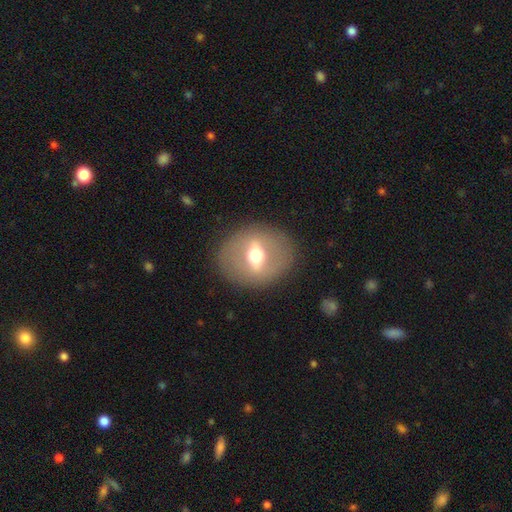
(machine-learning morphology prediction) smooth-or-featured: featured or disk: 63% | smooth: 29% | star or artifact: 8%
  disk-edge-on: no: 70% | yes: 30%
  merging: none: 87% | minor disturbance: 8% | major disturbance: 4% | merger: 1%